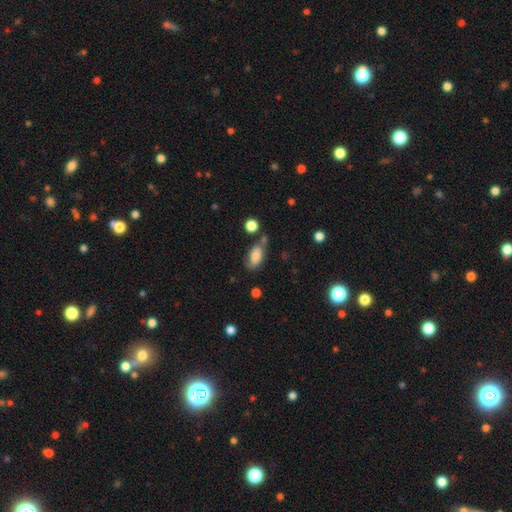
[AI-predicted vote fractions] smooth_or_featured: smooth (p=0.77) [alt: featured or disk p=0.15]
how_rounded: in between (p=0.89) [alt: round p=0.06]
merging: none (p=0.56) [alt: minor disturbance p=0.24]